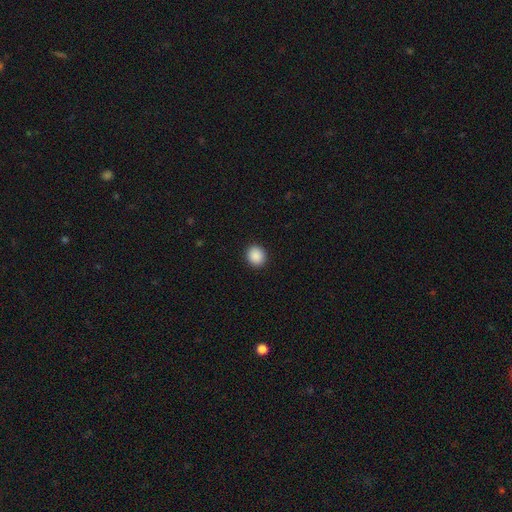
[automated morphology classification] Q: Smooth or featured?
A: smooth (90%); runner-up: star or artifact (8%)
Q: How rounded?
A: round (81%); runner-up: in between (18%)
Q: Merging?
A: none (93%); runner-up: minor disturbance (5%)